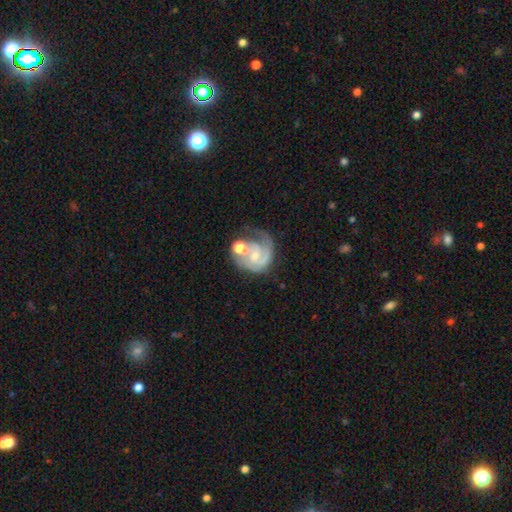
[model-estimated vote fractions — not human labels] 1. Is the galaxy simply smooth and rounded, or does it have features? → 77% featured or disk, 16% smooth, 7% star or artifact.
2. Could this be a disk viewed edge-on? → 98% no, 2% yes.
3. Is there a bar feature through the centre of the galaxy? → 66% no, 29% weak, 5% strong.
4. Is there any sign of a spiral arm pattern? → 90% yes, 10% no.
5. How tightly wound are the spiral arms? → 43% tight, 38% medium, 19% loose.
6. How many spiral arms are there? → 40% 1, 36% 2, 13% can't tell, 8% 3, 2% 4, 2% more than 4.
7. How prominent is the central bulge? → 46% small, 35% moderate, 14% none, 4% large, 2% dominant.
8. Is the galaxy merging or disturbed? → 33% none, 26% merger, 23% major disturbance, 18% minor disturbance.